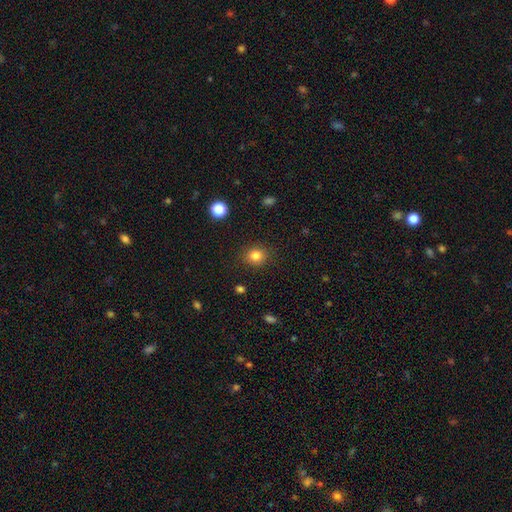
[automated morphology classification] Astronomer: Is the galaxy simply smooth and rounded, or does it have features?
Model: smooth — 83%.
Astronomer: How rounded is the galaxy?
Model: round — 80%.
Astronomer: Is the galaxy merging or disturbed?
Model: none — 88%.